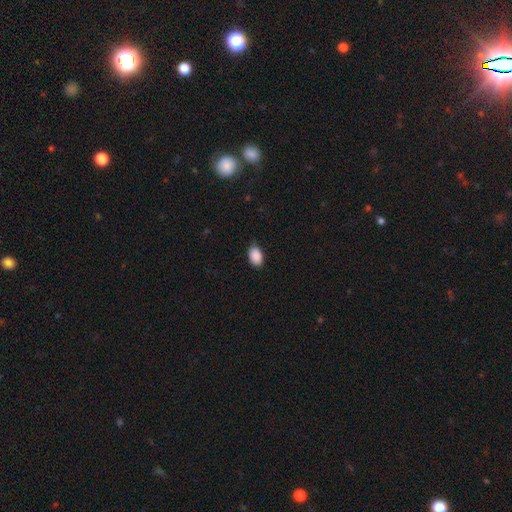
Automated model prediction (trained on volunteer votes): Morphology: type=smooth (90%); roundness=in between (91%); merging=none (80%).